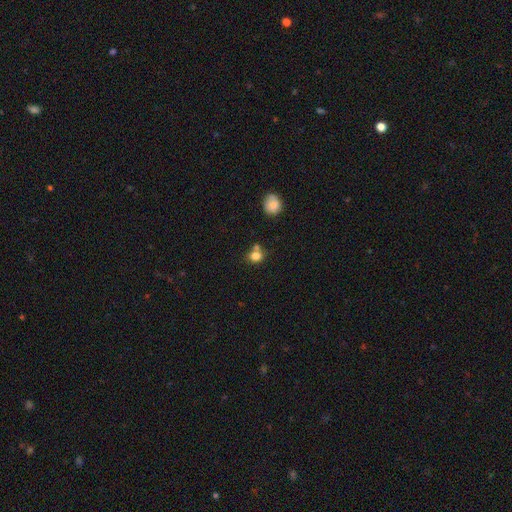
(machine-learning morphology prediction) Overall: smooth (80%). How rounded: round (70%). Merging: none (58%; merger 26%).